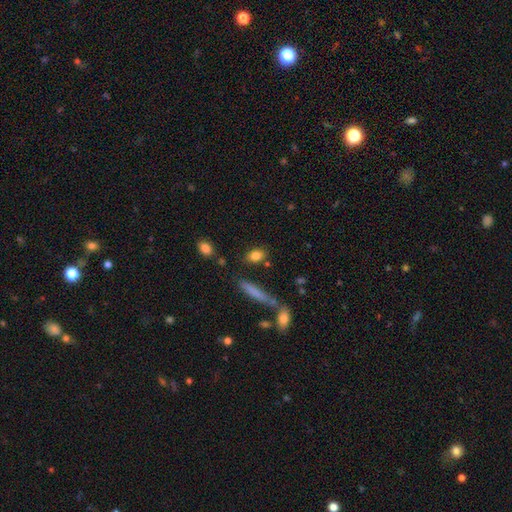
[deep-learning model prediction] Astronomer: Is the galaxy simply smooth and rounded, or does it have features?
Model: smooth — 82%.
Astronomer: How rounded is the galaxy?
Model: in between — 74%.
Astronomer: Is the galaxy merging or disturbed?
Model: none — 78%.